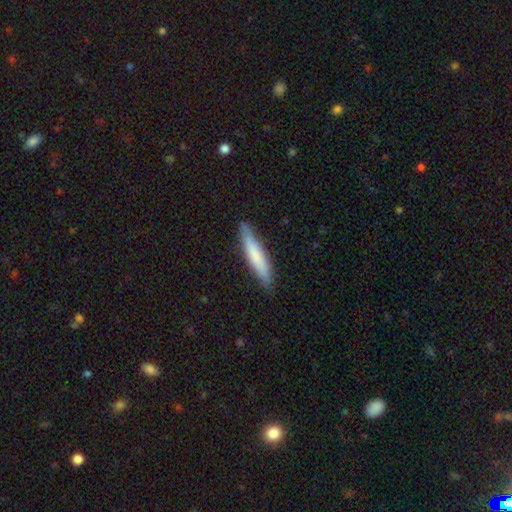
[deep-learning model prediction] Morphology: type=smooth (73%); roundness=cigar-shaped (90%); merging=none (85%).